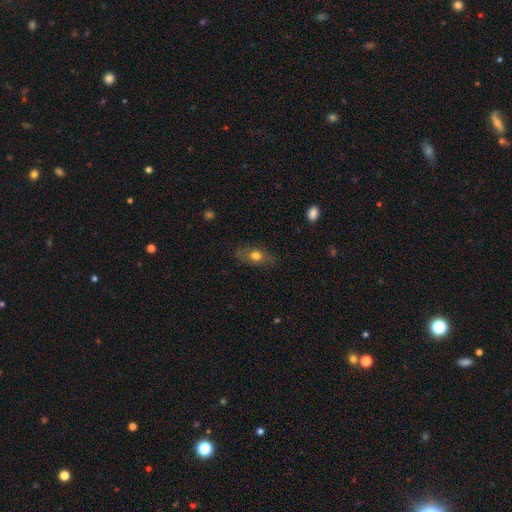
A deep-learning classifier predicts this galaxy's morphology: Smooth or featured? Predicted: smooth (p=0.67). How rounded? Predicted: in between (p=0.73). Merging? Predicted: none (p=0.72).